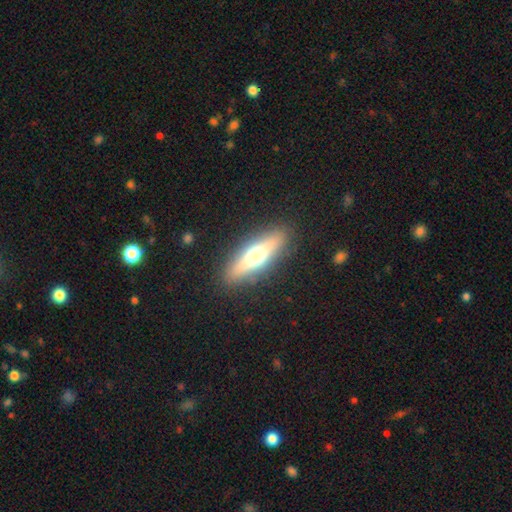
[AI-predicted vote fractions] smooth_or_featured: featured or disk (p=0.49) [alt: smooth p=0.42]
merging: none (p=0.88) [alt: minor disturbance p=0.08]